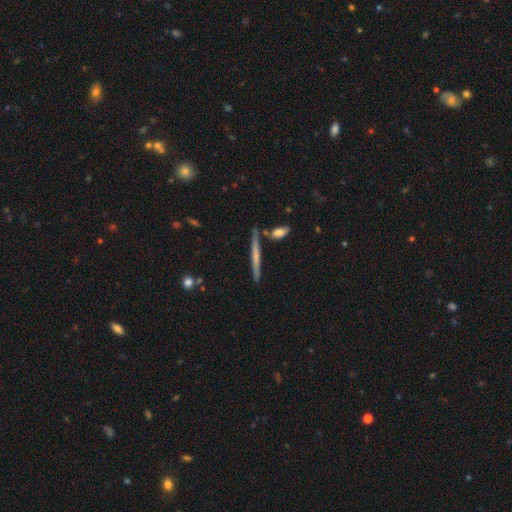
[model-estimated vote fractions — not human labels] Overall: featured or disk (51%; smooth 43%). Edge-on disk: yes (97%). Merging: none (86%).